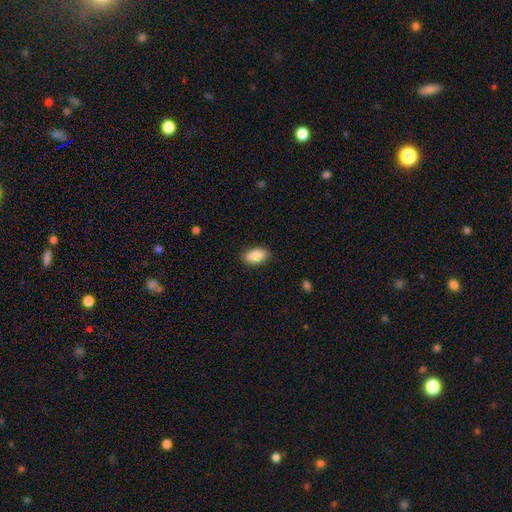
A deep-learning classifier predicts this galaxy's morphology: A smooth galaxy with no disk features (88%) that is in between round and cigar-shaped (94%). Merging: none (87%).